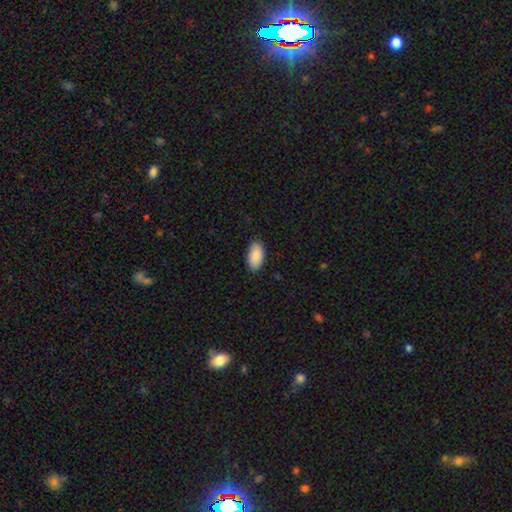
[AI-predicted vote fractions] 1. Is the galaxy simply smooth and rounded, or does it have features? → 91% smooth, 6% star or artifact, 3% featured or disk.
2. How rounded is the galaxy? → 96% in between, 2% round, 2% cigar-shaped.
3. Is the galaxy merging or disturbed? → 88% none, 9% minor disturbance, 2% major disturbance, 1% merger.